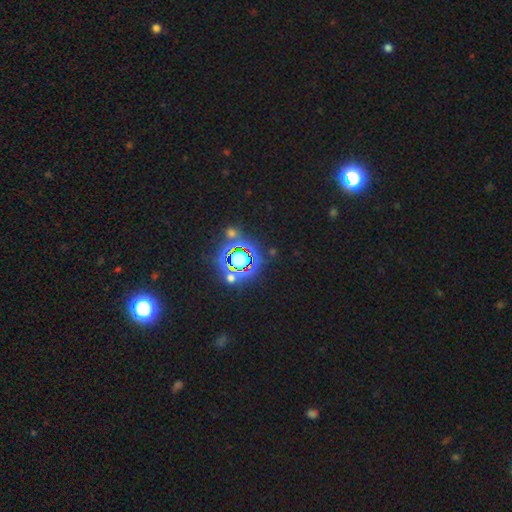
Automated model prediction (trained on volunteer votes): A star or artifact, not a galaxy (80%).

Vote fractions:
- Smooth or featured? star or artifact: 80% / smooth: 13% / featured or disk: 7%